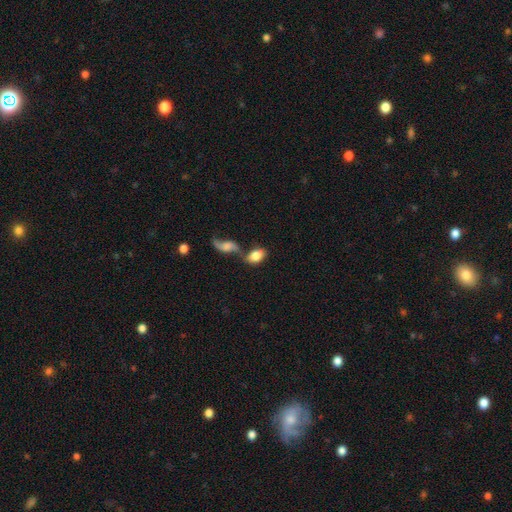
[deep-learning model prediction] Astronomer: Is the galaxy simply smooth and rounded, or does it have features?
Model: smooth — 79%.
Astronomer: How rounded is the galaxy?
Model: in between — 87%.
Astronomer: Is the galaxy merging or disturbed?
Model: none — 40% (runner-up: merger, 39%).